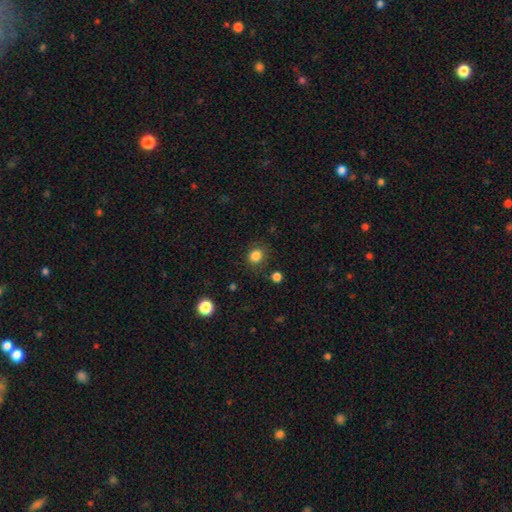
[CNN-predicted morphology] smooth_or_featured: smooth (p=0.84) [alt: star or artifact p=0.12]
how_rounded: round (p=0.78) [alt: in between p=0.21]
merging: none (p=0.81) [alt: minor disturbance p=0.12]